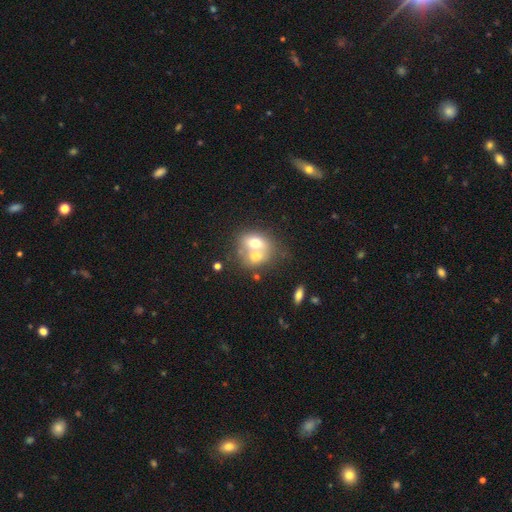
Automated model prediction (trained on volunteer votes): Smooth or featured: smooth — 64% (featured or disk — 27%)
How rounded: in between — 56% (round — 43%)
Merging: merger — 66% (none — 22%)